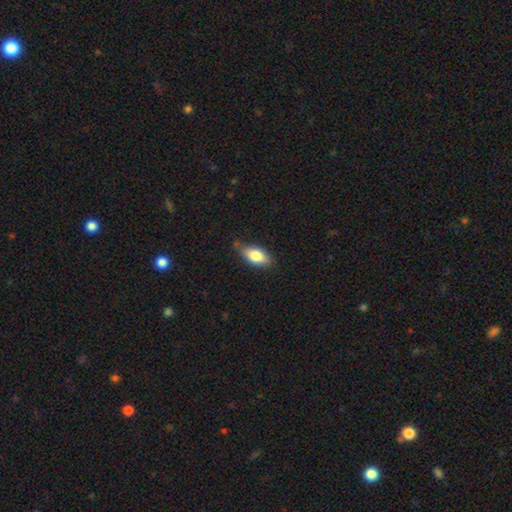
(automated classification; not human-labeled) Smooth or featured? smooth (80%)
How rounded? in between (88%)
Merging? none (70%)